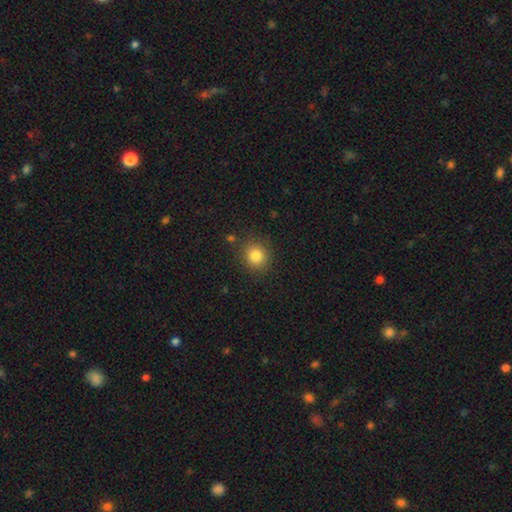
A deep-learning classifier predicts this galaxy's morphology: smooth_or_featured: smooth (p=0.83) [alt: star or artifact p=0.11]
how_rounded: round (p=0.86) [alt: in between p=0.13]
merging: none (p=0.86) [alt: minor disturbance p=0.09]